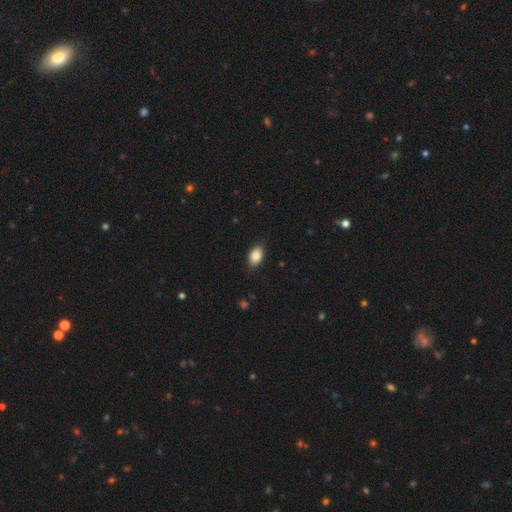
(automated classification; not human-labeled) Overall: smooth (87%). How rounded: in between (89%). Merging: none (85%).